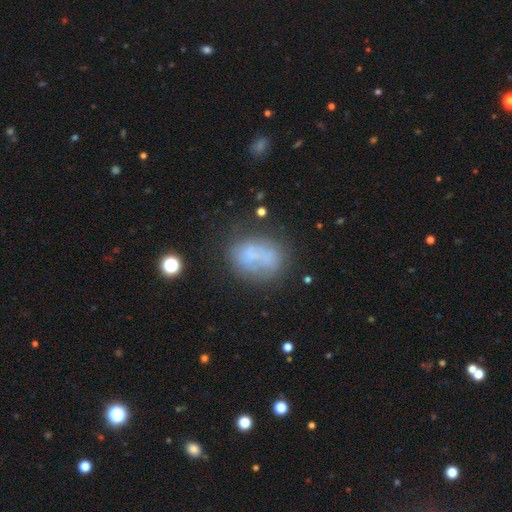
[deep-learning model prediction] Morphology: type=smooth (56%); roundness=in between (62%); merging=none (46%).